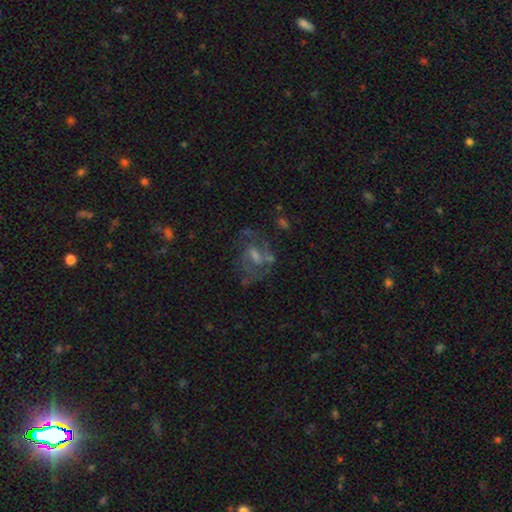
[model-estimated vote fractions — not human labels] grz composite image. It shows a featured or disk galaxy (66%) with a weak bar (48%), spiral arms (74%) and a small central bulge (39%). Merging: none (54%).